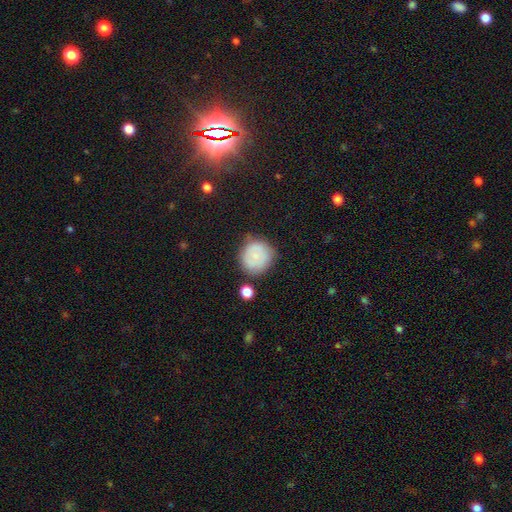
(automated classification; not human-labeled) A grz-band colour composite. It shows a smooth galaxy with no disk features (76%) that is round (90%). Merging: none (68%).